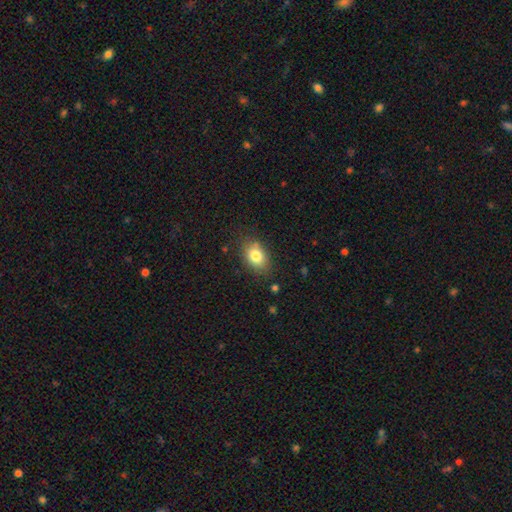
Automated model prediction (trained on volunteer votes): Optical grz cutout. It shows a smooth galaxy with no disk features (81%) that is in between round and cigar-shaped (76%). Merging: none (79%).